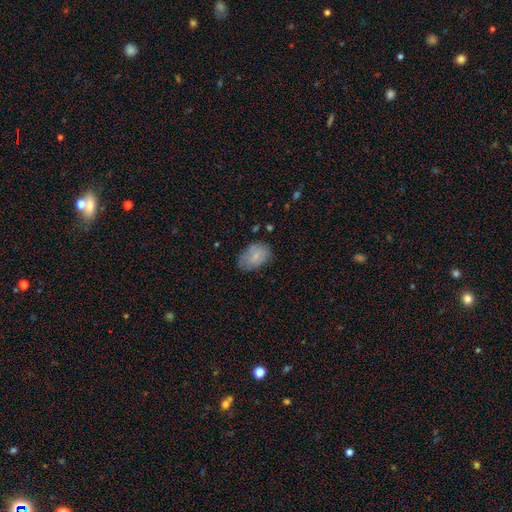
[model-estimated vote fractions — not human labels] Smooth or featured: smooth — 75% (featured or disk — 17%)
How rounded: in between — 85% (round — 14%)
Merging: none — 65% (minor disturbance — 26%)